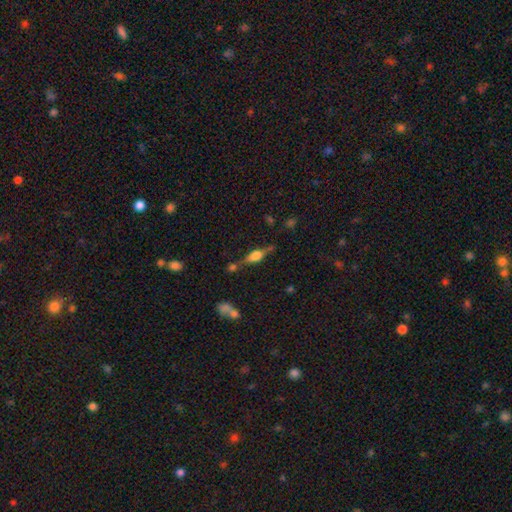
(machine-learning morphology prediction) The model was most divided on "smooth or featured": featured or disk: 55%, smooth: 35%, star or artifact: 11%. More confident: edge-on disk — yes (91%); edge-on bulge — rounded (80%); merging — none (64%).